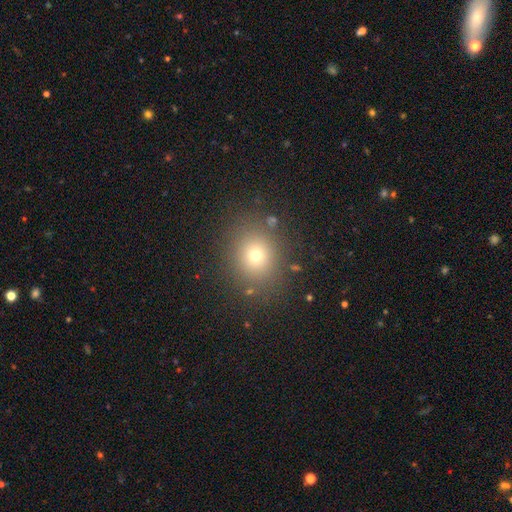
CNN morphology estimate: This is likely a smooth galaxy (69%). How rounded: likely round (75%). Merging: clearly none (85%).